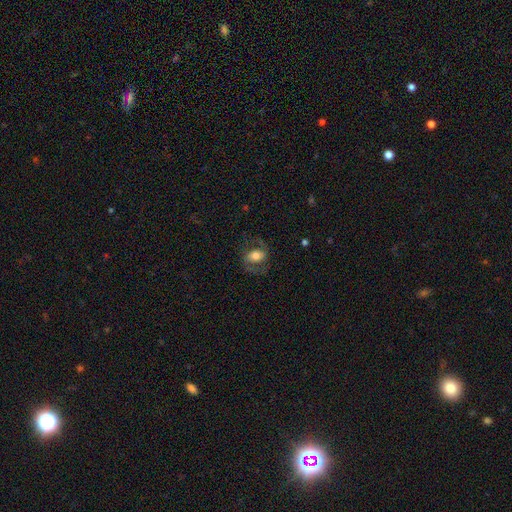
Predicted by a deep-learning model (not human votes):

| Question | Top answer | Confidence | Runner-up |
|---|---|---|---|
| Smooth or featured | featured or disk | 53% | smooth (40%) |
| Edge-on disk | no | 95% | yes (5%) |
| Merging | none | 67% | minor disturbance (16%) |